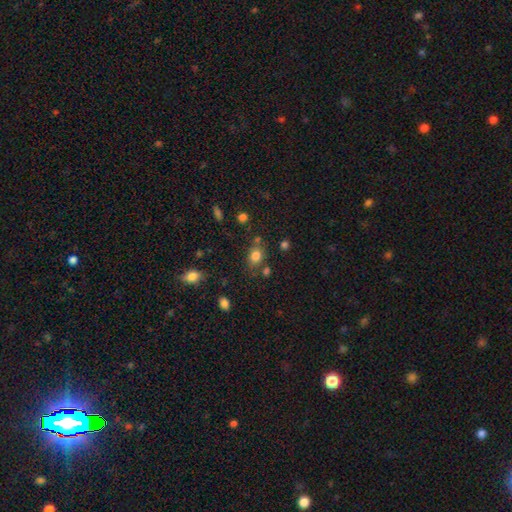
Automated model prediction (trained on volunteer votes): Smooth or featured: smooth — 80% (star or artifact — 12%)
How rounded: in between — 58% (round — 41%)
Merging: none — 68% (minor disturbance — 16%)